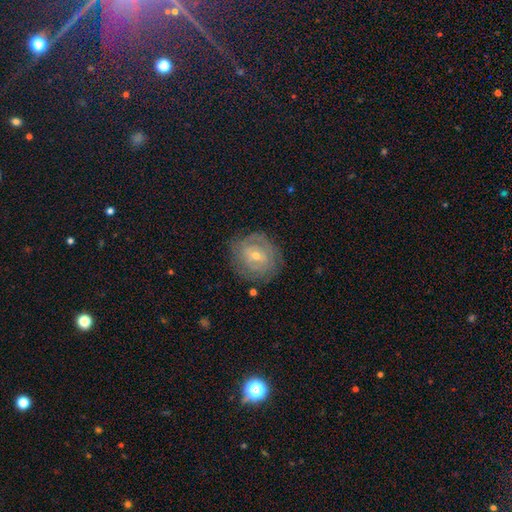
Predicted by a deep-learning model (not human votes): Smooth or featured? Predicted: featured or disk (p=0.67). Edge-on disk? Predicted: no (p=0.96). Bar? Predicted: no (p=0.50). Spiral arms? Predicted: yes (p=0.78). Spiral winding? Predicted: tight (p=0.70). Spiral arm count? Predicted: can't tell (p=0.50). Bulge size? Predicted: small (p=0.56). Merging? Predicted: none (p=0.78).